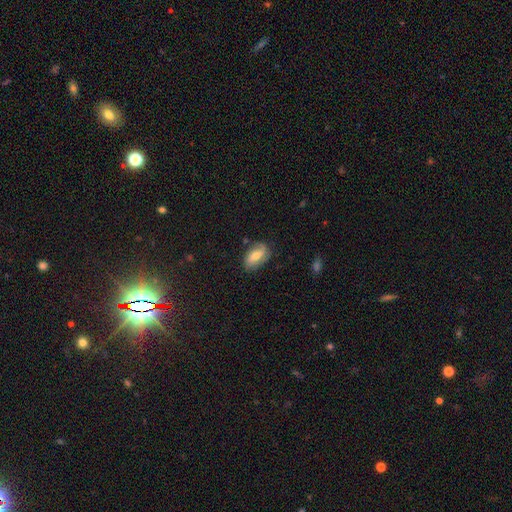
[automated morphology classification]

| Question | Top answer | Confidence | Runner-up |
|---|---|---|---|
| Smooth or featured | smooth | 55% | featured or disk (38%) |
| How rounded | in between | 89% | round (6%) |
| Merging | none | 70% | minor disturbance (22%) |